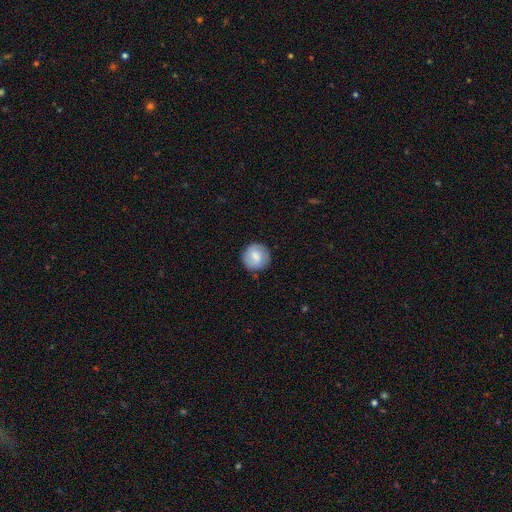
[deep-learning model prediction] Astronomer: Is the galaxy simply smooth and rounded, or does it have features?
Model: smooth — 74%.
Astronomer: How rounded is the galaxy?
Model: round — 93%.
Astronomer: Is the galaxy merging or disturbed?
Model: none — 87%.